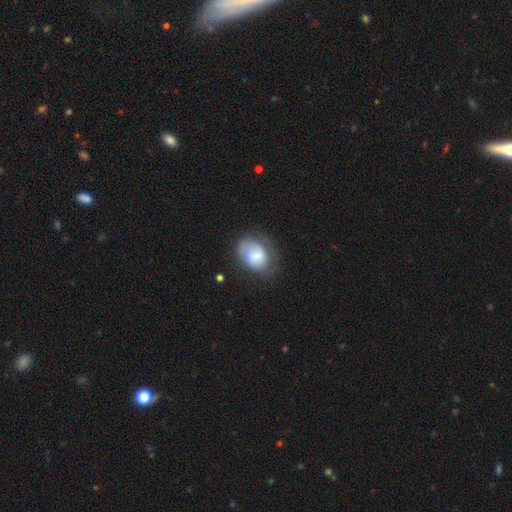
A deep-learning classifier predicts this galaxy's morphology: The model was most divided on "merging": none: 54%, minor disturbance: 28%, major disturbance: 16%, merger: 3%. More confident: how rounded — in between (65%); smooth or featured — smooth (61%).